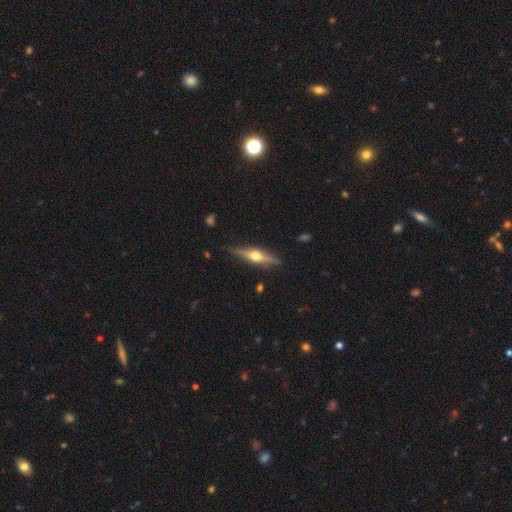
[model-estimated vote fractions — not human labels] Smooth or featured? Predicted: featured or disk (p=0.70). Edge-on disk? Predicted: yes (p=0.96). Edge-on bulge? Predicted: rounded (p=0.95). Merging? Predicted: none (p=0.86).